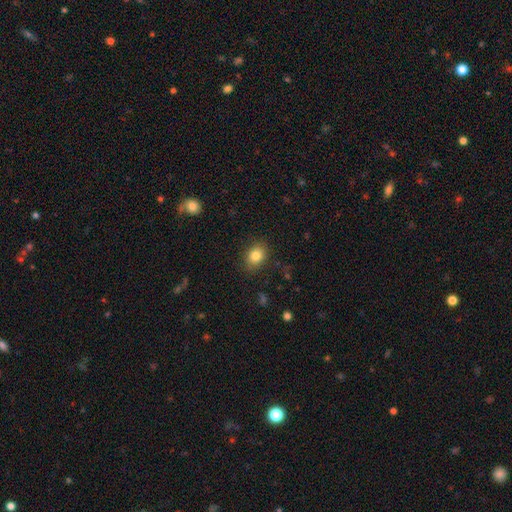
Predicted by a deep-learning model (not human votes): smooth 83%, star or artifact 10%, featured or disk 7%. Down the decision tree: how rounded — in between (58%); merging — none (86%).